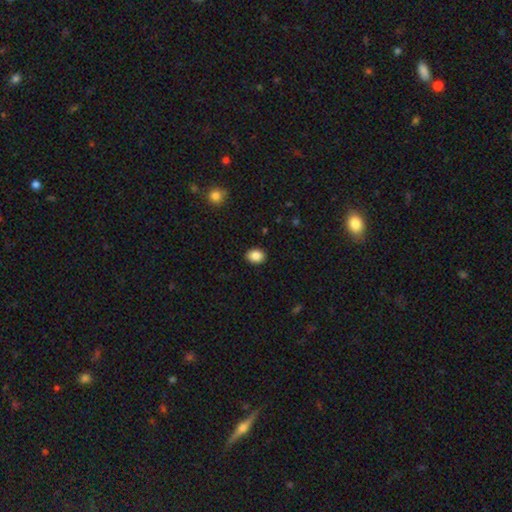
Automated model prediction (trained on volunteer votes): A smooth galaxy with no disk features (87%) that is in between round and cigar-shaped (62%). Merging: none (90%).